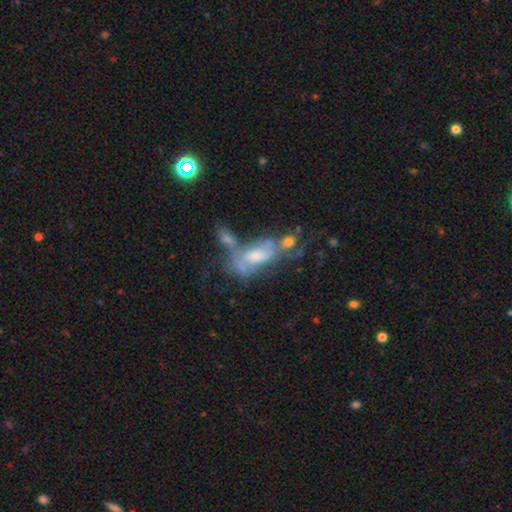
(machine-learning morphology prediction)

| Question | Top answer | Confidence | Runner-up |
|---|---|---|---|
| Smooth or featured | featured or disk | 62% | smooth (25%) |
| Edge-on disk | no | 89% | yes (11%) |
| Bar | no | 61% | weak (29%) |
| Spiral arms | yes | 58% | no (42%) |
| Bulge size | moderate | 45% | small (31%) |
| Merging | merger | 37% | none (25%) |